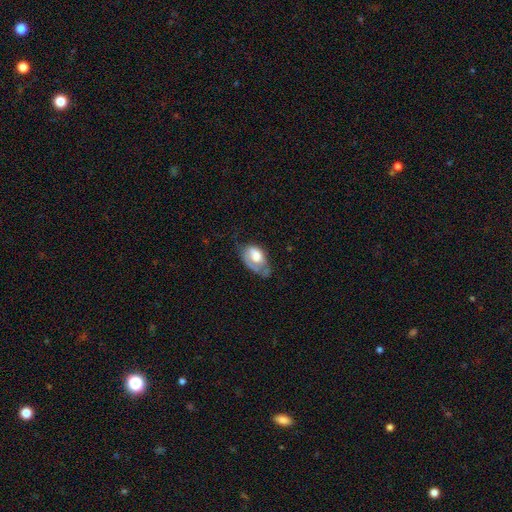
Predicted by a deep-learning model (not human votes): Overall: smooth (52%; featured or disk 41%). How rounded: in between (89%). Merging: minor disturbance (33%, tied with major disturbance).